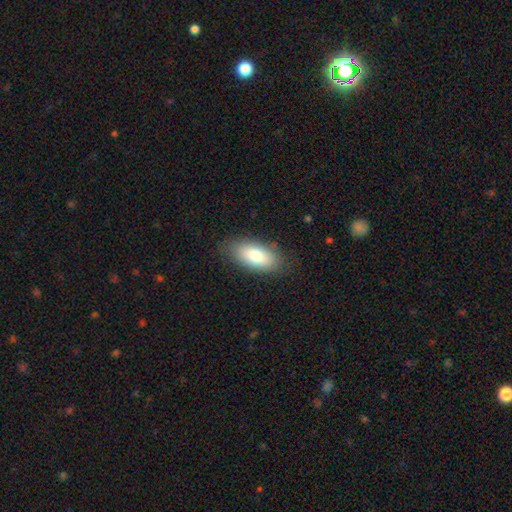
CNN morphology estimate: smooth-or-featured: smooth: 77% | featured or disk: 16% | star or artifact: 7%
  how-rounded: in between: 89% | cigar-shaped: 8% | round: 3%
  merging: none: 83% | minor disturbance: 13% | major disturbance: 3% | merger: 1%